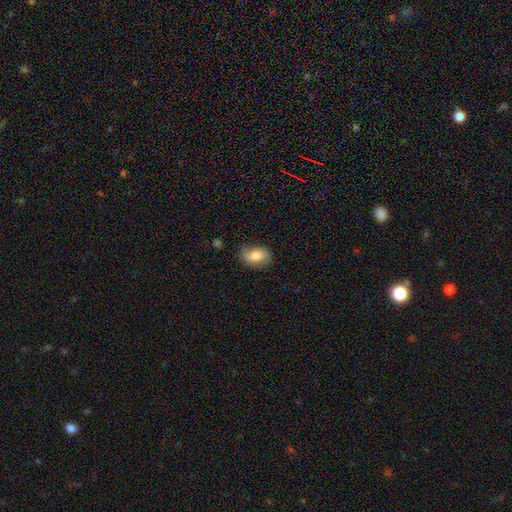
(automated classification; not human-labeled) Q: Smooth or featured?
A: smooth (69%); runner-up: featured or disk (23%)
Q: How rounded?
A: in between (84%); runner-up: round (14%)
Q: Merging?
A: none (77%); runner-up: minor disturbance (18%)